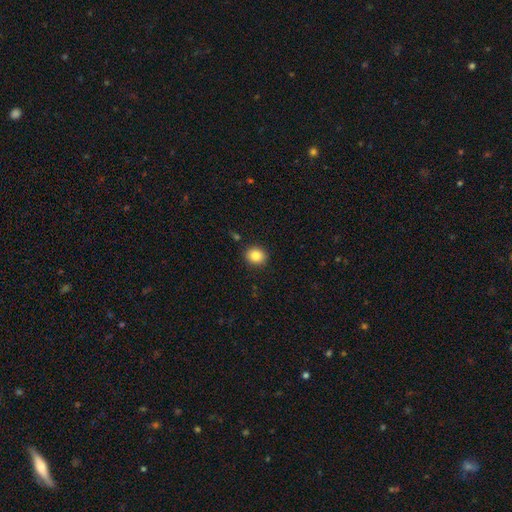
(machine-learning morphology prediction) The model was most divided on "how rounded": round: 68%, in between: 31%, cigar-shaped: 1%. More confident: merging — none (89%); smooth or featured — smooth (85%).